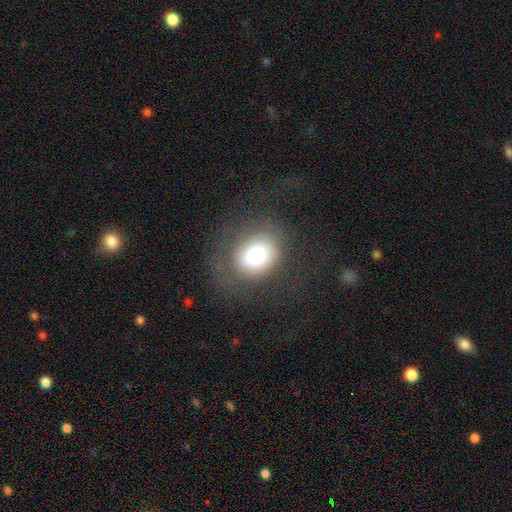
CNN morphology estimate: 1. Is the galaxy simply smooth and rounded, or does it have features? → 72% smooth, 17% featured or disk, 11% star or artifact.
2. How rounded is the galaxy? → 55% round, 44% in between, 1% cigar-shaped.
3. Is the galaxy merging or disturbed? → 64% none, 18% minor disturbance, 17% major disturbance, 1% merger.